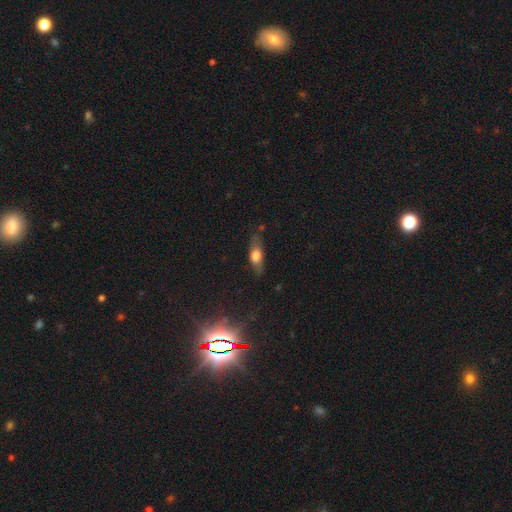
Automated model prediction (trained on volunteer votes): smooth-or-featured: smooth: 56% | featured or disk: 35% | star or artifact: 9%
  how-rounded: in between: 58% | cigar-shaped: 37% | round: 5%
  merging: none: 71% | minor disturbance: 20% | major disturbance: 7% | merger: 2%